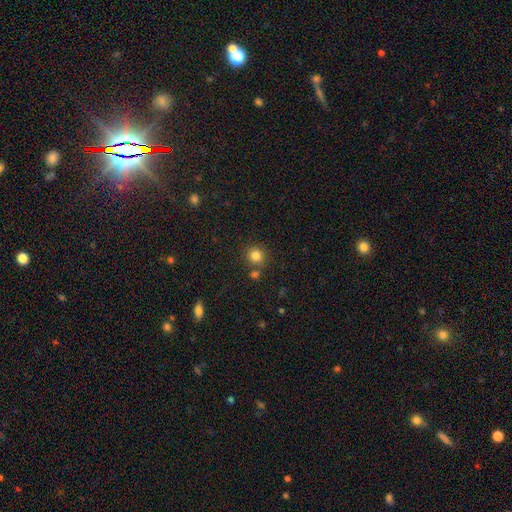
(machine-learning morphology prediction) smooth 82%, star or artifact 13%, featured or disk 5%. Down the decision tree: how rounded — round (92%); merging — none (77%).